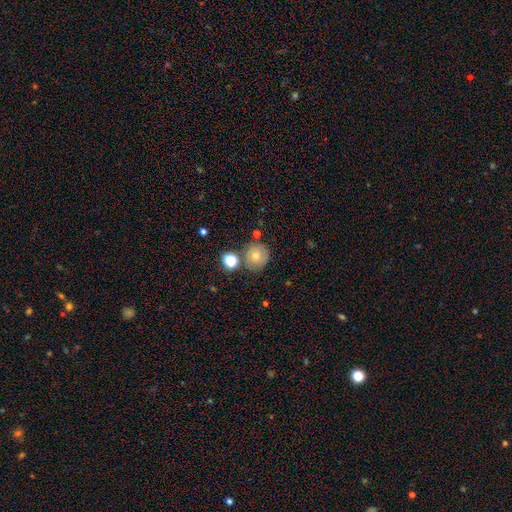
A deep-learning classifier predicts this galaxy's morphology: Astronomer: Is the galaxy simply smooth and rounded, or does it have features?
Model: smooth — 62%.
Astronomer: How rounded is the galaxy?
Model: round — 87%.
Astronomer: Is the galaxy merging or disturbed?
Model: none — 73%.